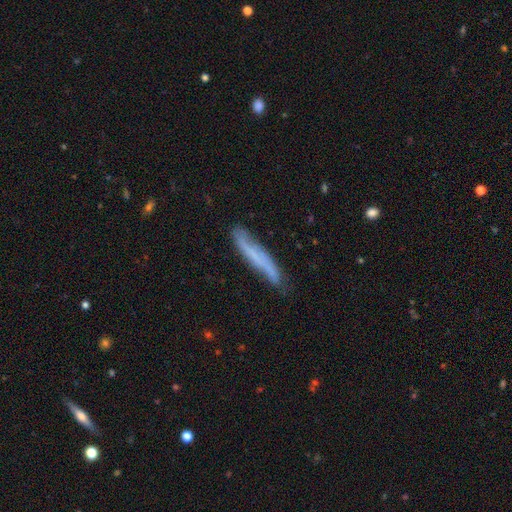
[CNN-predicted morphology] A featured or disk galaxy (49%).

Vote fractions:
- Smooth or featured? featured or disk: 49% / smooth: 43% / star or artifact: 8%
- Merging? none: 71% / minor disturbance: 22% / major disturbance: 5% / merger: 2%